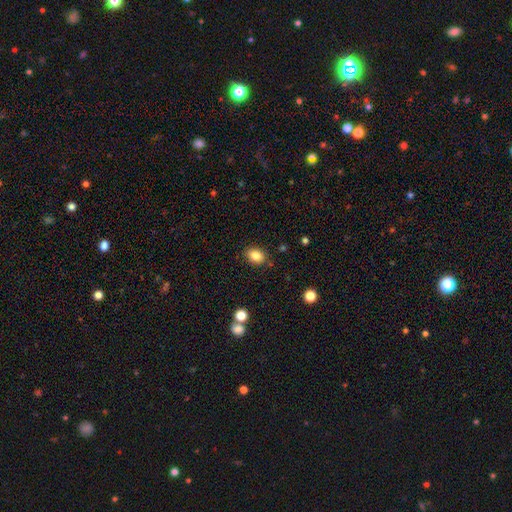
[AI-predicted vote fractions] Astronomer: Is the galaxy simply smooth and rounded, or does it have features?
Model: smooth — 85%.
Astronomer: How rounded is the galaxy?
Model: in between — 69%.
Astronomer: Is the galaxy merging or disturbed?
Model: none — 83%.